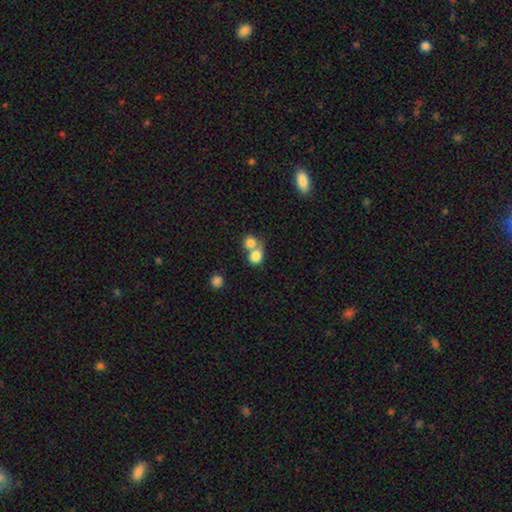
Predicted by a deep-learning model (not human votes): Smooth or featured? Predicted: smooth (p=0.80). How rounded? Predicted: round (p=0.65). Merging? Predicted: merger (p=0.64).